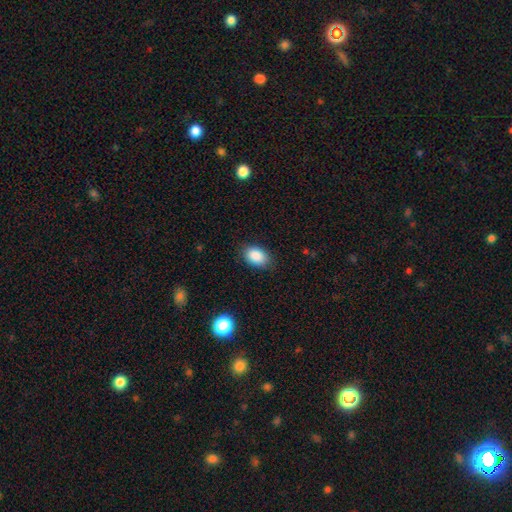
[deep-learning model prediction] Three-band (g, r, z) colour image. It shows a smooth galaxy with no disk features (88%) that is in between round and cigar-shaped (85%). Merging: none (83%).